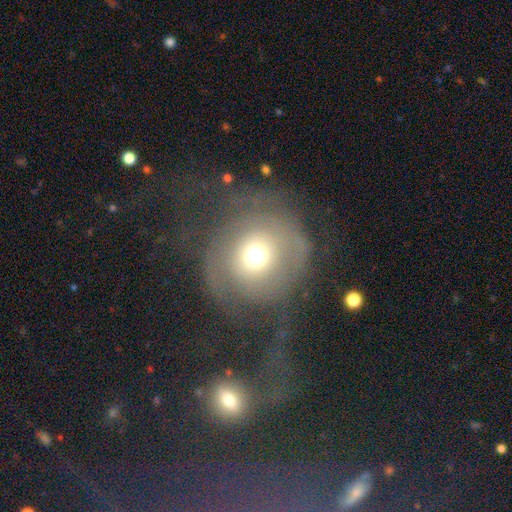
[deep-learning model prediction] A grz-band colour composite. It shows a smooth galaxy with no disk features (49%). Merging: none (48%).